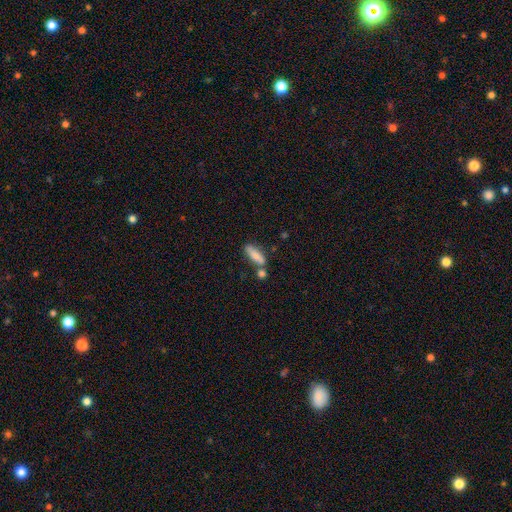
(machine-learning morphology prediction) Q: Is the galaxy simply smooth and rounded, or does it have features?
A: smooth — 81%.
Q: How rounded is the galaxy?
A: in between — 50%.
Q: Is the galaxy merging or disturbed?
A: none — 56%.